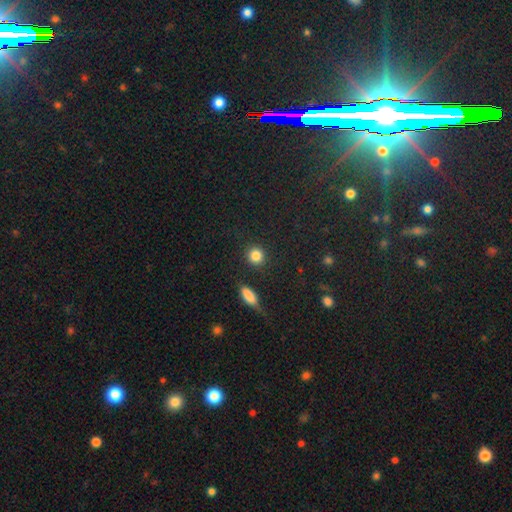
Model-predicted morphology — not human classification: smooth-or-featured: smooth: 86% | star or artifact: 9% | featured or disk: 5%
  how-rounded: round: 89% | in between: 9% | cigar-shaped: 1%
  merging: none: 88% | minor disturbance: 6% | merger: 3% | major disturbance: 3%